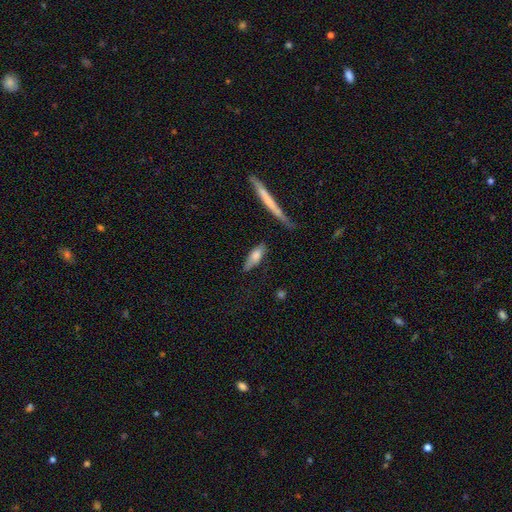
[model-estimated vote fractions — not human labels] Smooth or featured? smooth (68%)
How rounded? cigar-shaped (54%)
Merging? none (69%)